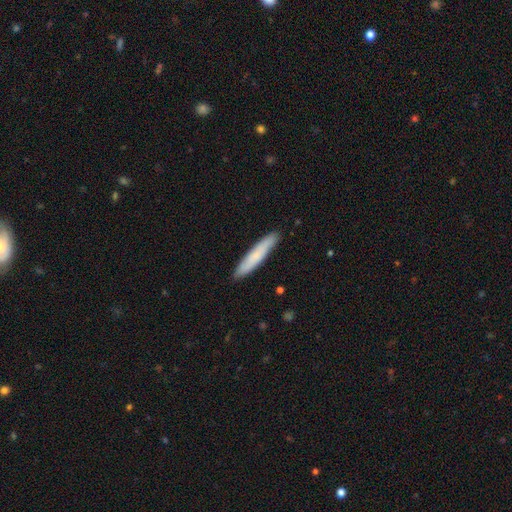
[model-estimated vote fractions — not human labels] A smooth galaxy with no disk features (74%) that is cigar-shaped (92%). Merging: none (90%).